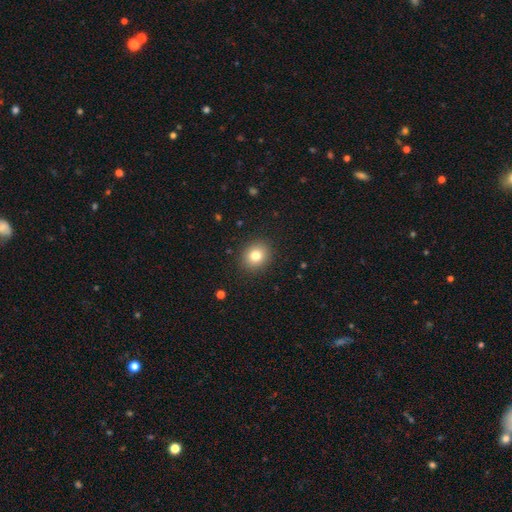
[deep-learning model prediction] Smooth or featured: smooth — 80% (star or artifact — 11%)
How rounded: round — 73% (in between — 27%)
Merging: none — 90% (minor disturbance — 7%)